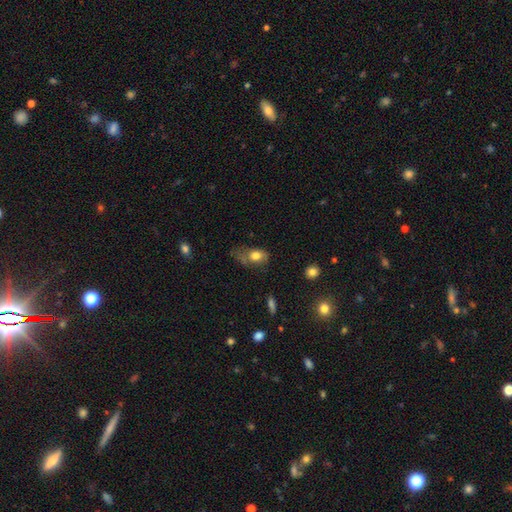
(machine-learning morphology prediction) smooth-or-featured: smooth: 75% | featured or disk: 16% | star or artifact: 9%
  how-rounded: in between: 76% | round: 21% | cigar-shaped: 3%
  merging: minor disturbance: 32% | none: 31% | major disturbance: 31% | merger: 5%